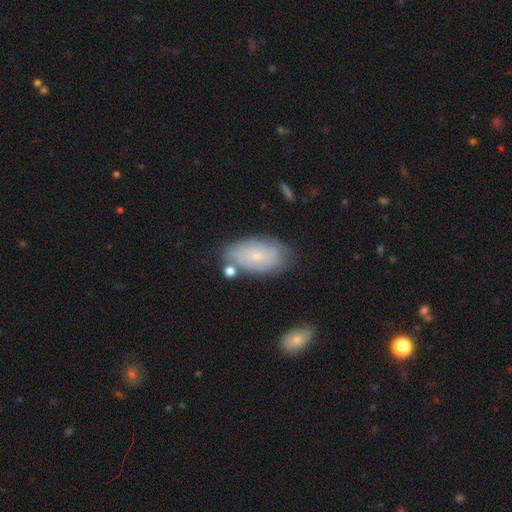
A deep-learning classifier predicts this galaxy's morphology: A smooth galaxy with no disk features (49%). Merging: none (67%).